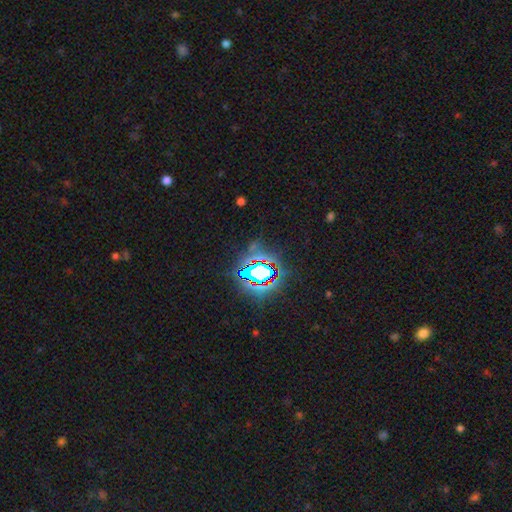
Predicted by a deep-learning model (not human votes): A star or artifact, not a galaxy (83%).

Vote fractions:
- Smooth or featured? star or artifact: 83% / smooth: 10% / featured or disk: 7%